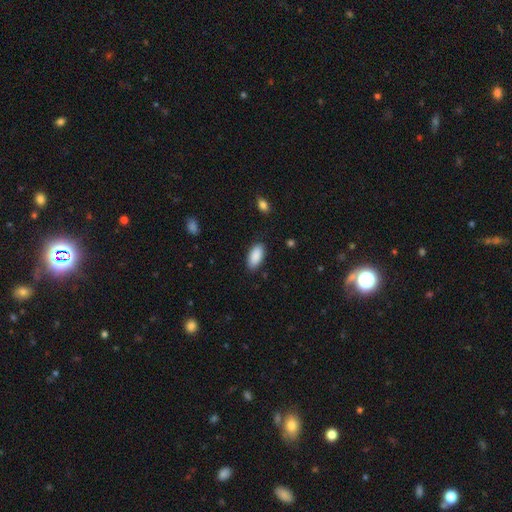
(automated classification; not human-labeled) Morphology: type=smooth (90%); roundness=in between (93%); merging=none (86%).